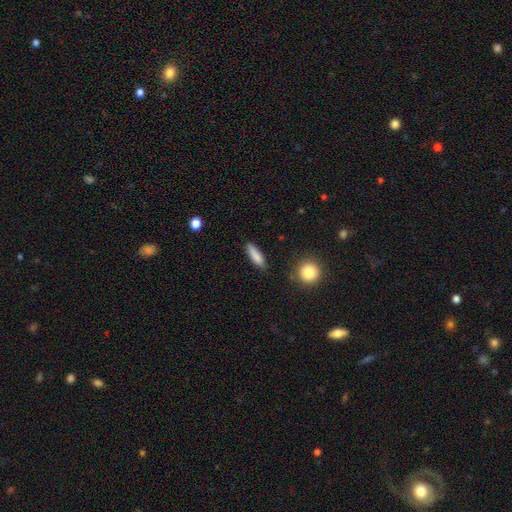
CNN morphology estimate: This appears to be a smooth galaxy with no disk features (85%) that is cigar-shaped (61%). Merging: none (81%).